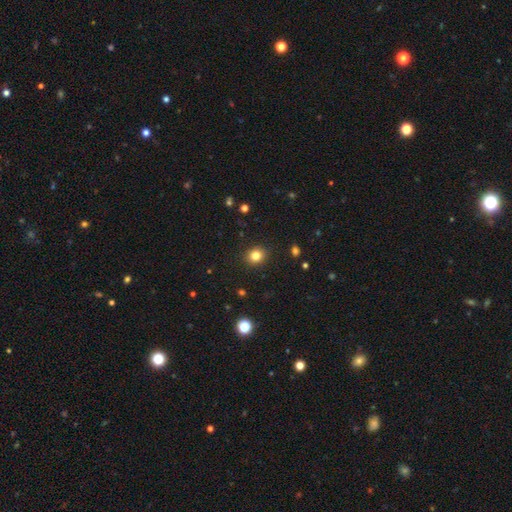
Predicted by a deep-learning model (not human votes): smooth 82%, star or artifact 12%, featured or disk 6%. Down the decision tree: how rounded — round (73%); merging — none (90%).